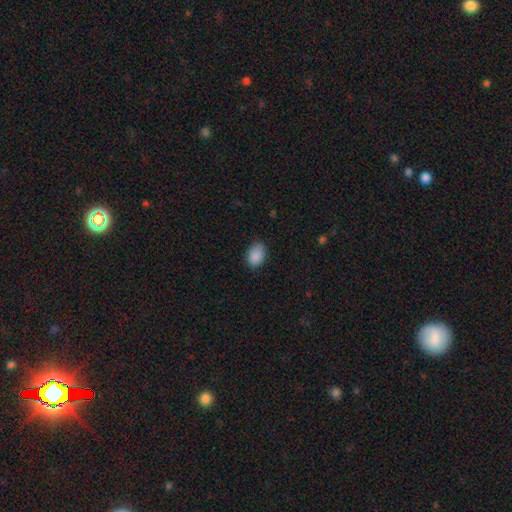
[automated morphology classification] Overall: smooth (89%). How rounded: in between (85%). Merging: none (78%).